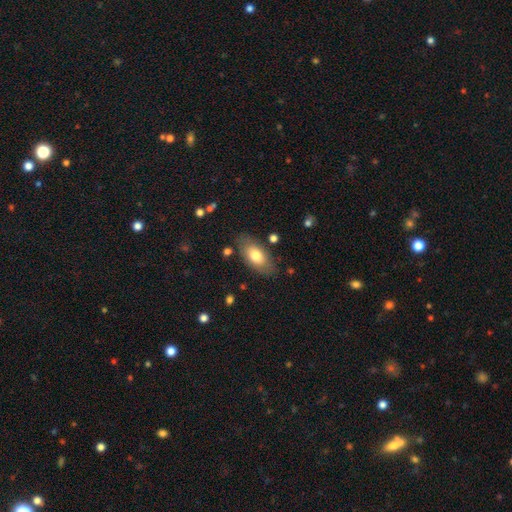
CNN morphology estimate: Smooth or featured? smooth (73%)
How rounded? in between (91%)
Merging? none (79%)